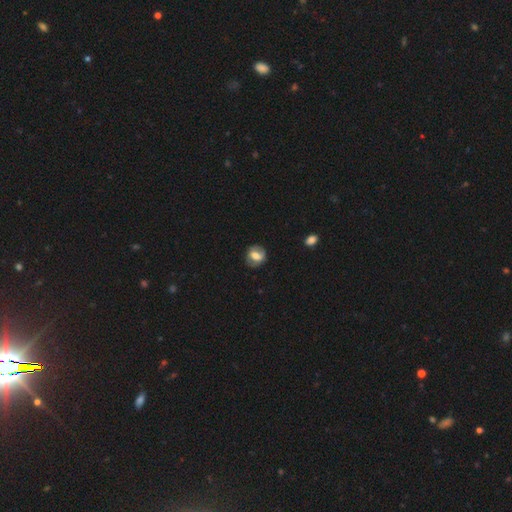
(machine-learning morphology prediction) A smooth galaxy with no disk features (49%). Merging: none (78%).